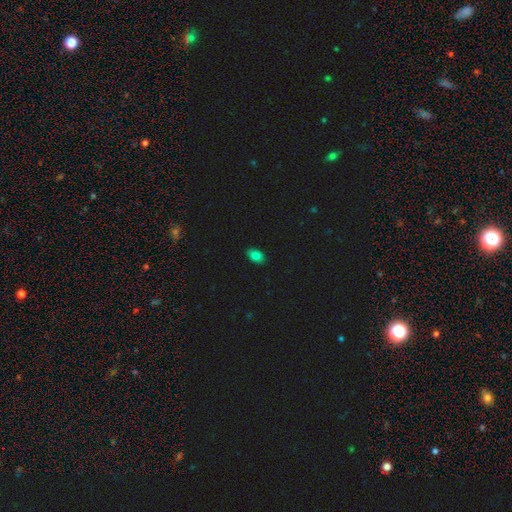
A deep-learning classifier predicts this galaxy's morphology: type=smooth (82%); roundness=in between (84%); merging=none (88%).